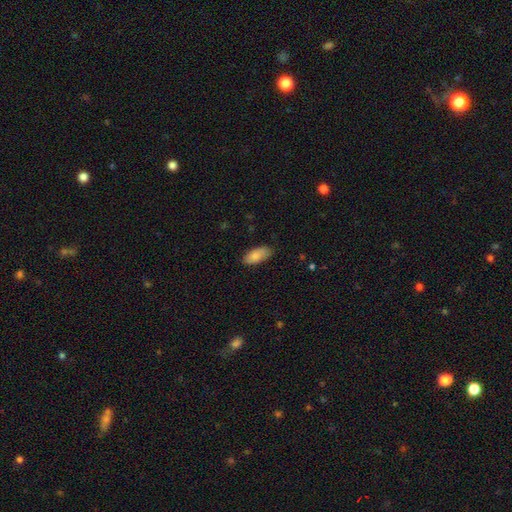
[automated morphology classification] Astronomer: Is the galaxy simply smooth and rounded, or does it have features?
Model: smooth — 84%.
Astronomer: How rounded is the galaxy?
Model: in between — 89%.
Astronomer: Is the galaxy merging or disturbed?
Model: none — 81%.